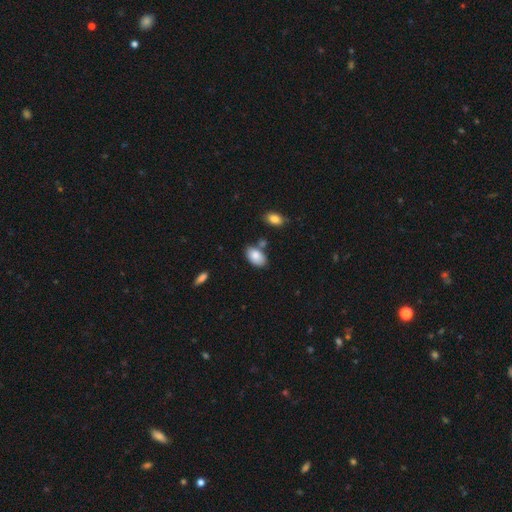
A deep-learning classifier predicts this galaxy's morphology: smooth-or-featured: smooth: 86% | featured or disk: 7% | star or artifact: 7%
  how-rounded: in between: 94% | round: 5% | cigar-shaped: 1%
  merging: none: 68% | minor disturbance: 16% | merger: 12% | major disturbance: 4%